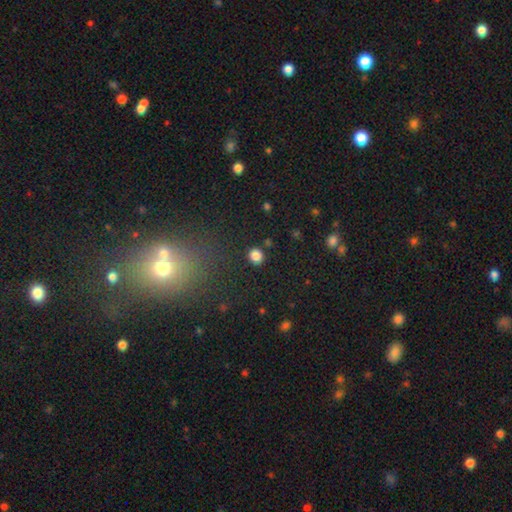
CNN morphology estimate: This is clearly a smooth galaxy (84%). How rounded: clearly round (84%). Merging: clearly none (89%).